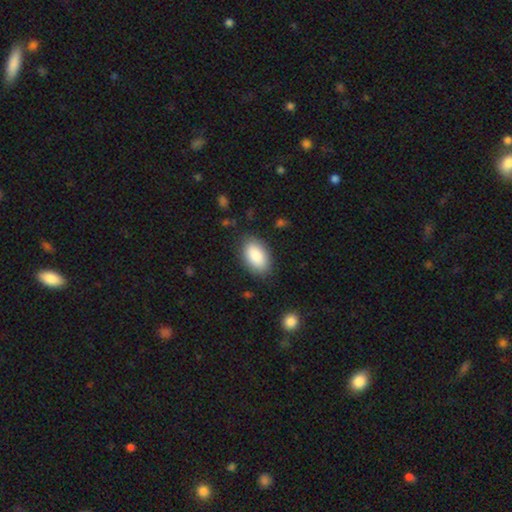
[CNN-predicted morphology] smooth-or-featured: smooth: 88% | star or artifact: 6% | featured or disk: 6%
  how-rounded: in between: 94% | round: 4% | cigar-shaped: 2%
  merging: none: 84% | minor disturbance: 11% | major disturbance: 3% | merger: 1%